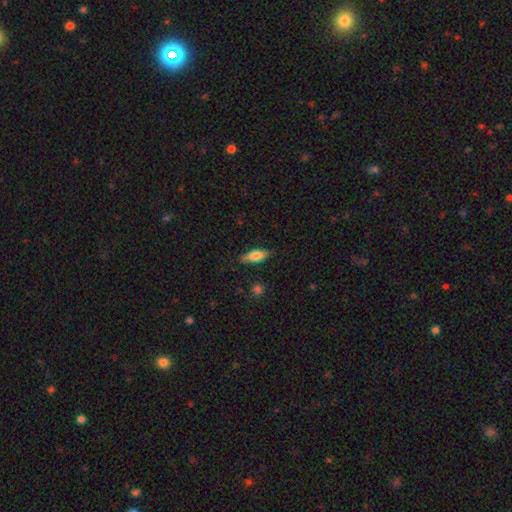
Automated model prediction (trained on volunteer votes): smooth_or_featured: smooth (p=0.71) [alt: featured or disk p=0.23]
how_rounded: in between (p=0.66) [alt: cigar-shaped p=0.31]
merging: none (p=0.82) [alt: minor disturbance p=0.14]